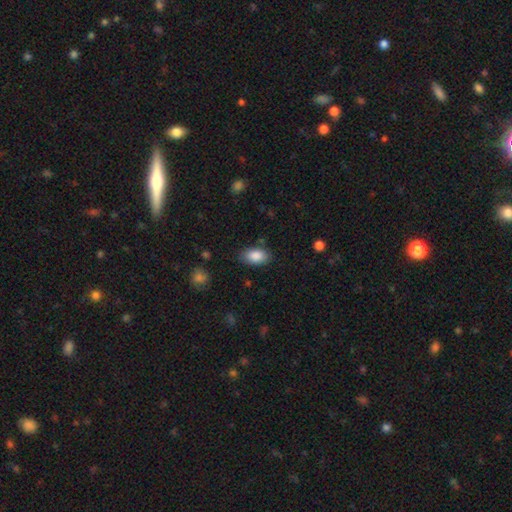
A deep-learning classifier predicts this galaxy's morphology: Smooth or featured?
  - smooth: 88% *
  - star or artifact: 7%
  - featured or disk: 5%
How rounded?
  - in between: 92% *
  - round: 7%
  - cigar-shaped: 2%
Merging?
  - none: 82% *
  - minor disturbance: 13%
  - major disturbance: 3%
  - merger: 1%